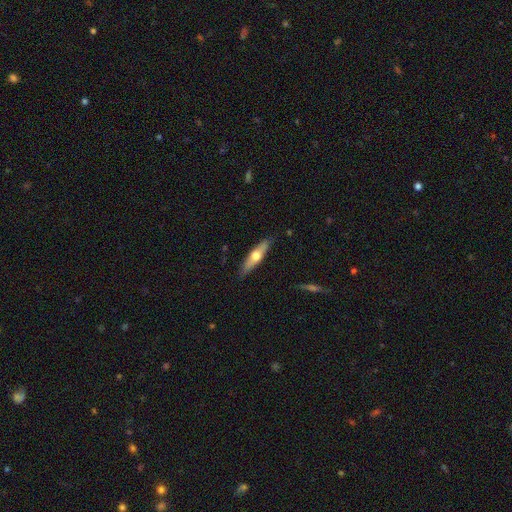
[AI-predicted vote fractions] smooth_or_featured: featured or disk (p=0.48) [alt: smooth p=0.47]
merging: none (p=0.87) [alt: minor disturbance p=0.10]